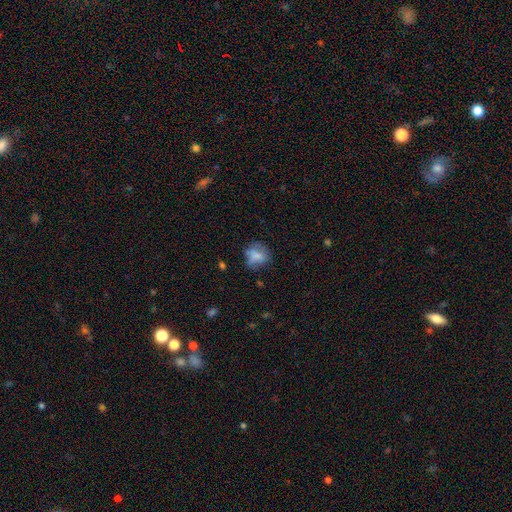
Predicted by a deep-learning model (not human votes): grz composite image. It shows a smooth galaxy with no disk features (67%) that is round (64%). Merging: none (55%).